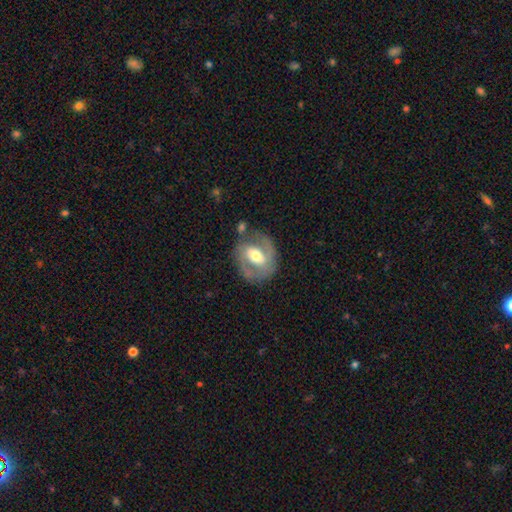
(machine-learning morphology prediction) Smooth or featured?
  - featured or disk: 75% *
  - smooth: 20%
  - star or artifact: 5%
Edge-on disk?
  - no: 96% *
  - yes: 4%
Bar?
  - weak: 42% *
  - strong: 33%
  - no: 25%
Spiral arms?
  - yes: 79% *
  - no: 21%
Spiral winding?
  - medium: 49% *
  - tight: 35%
  - loose: 17%
Spiral arm count?
  - 2: 82% *
  - can't tell: 8%
  - 1: 6%
  - 3: 2%
  - 4: 1%
  - more than 4: 1%
Bulge size?
  - moderate: 68% *
  - small: 16%
  - large: 13%
  - dominant: 1%
  - none: 1%
Merging?
  - none: 70% *
  - minor disturbance: 17%
  - major disturbance: 8%
  - merger: 5%